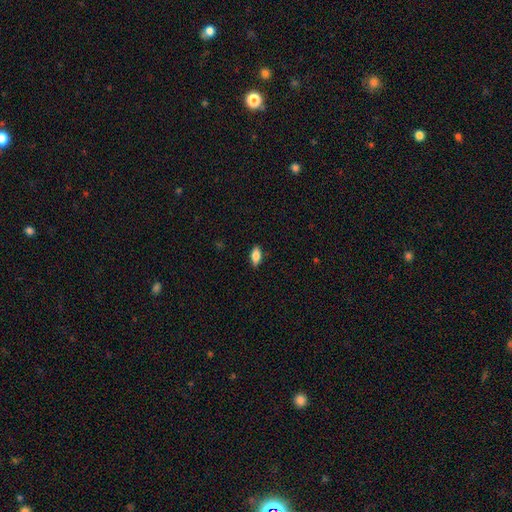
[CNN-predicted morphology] A smooth galaxy with no disk features (83%) that is in between round and cigar-shaped (87%). Merging: none (87%).